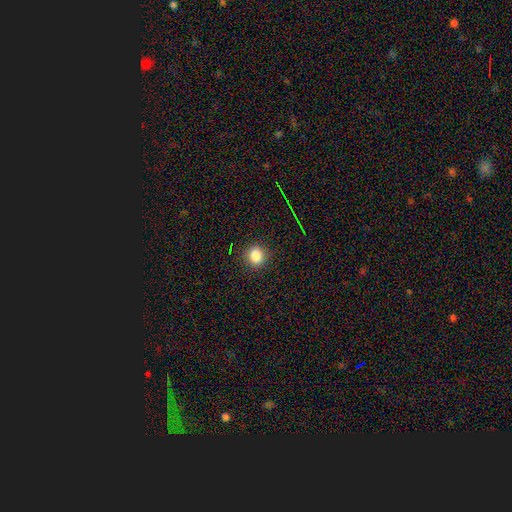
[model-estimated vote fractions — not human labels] The model was most divided on "how rounded": round: 79%, in between: 20%, cigar-shaped: 1%. More confident: merging — none (89%); smooth or featured — smooth (83%).